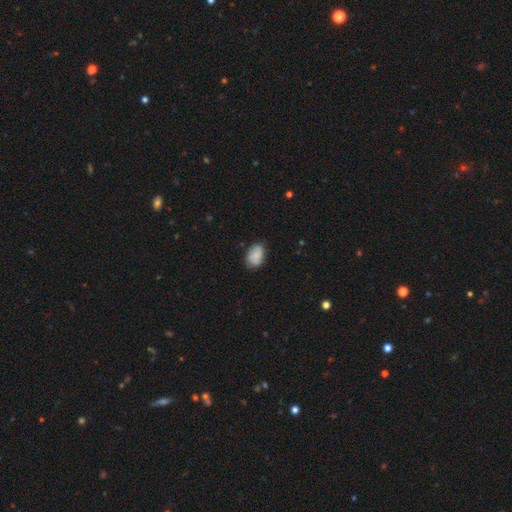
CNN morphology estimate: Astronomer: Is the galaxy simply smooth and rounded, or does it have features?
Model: smooth — 78%.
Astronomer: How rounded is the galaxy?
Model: in between — 84%.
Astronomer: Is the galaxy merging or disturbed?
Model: none — 72%.